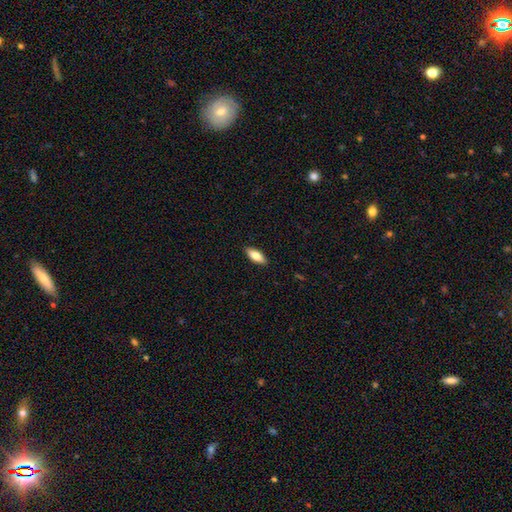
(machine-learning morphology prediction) type=smooth (77%); roundness=in between (74%); merging=none (89%).